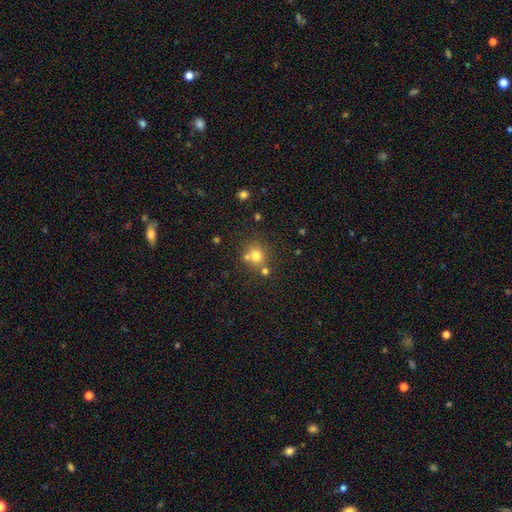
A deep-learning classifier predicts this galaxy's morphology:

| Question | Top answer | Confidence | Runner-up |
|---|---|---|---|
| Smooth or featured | smooth | 73% | star or artifact (16%) |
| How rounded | round | 86% | in between (13%) |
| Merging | none | 64% | merger (23%) |